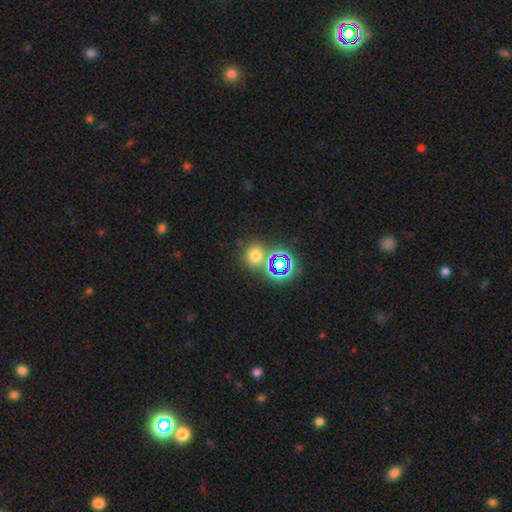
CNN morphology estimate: Smooth or featured: smooth — 58% (star or artifact — 34%)
How rounded: round — 82% (in between — 17%)
Merging: none — 66% (merger — 20%)